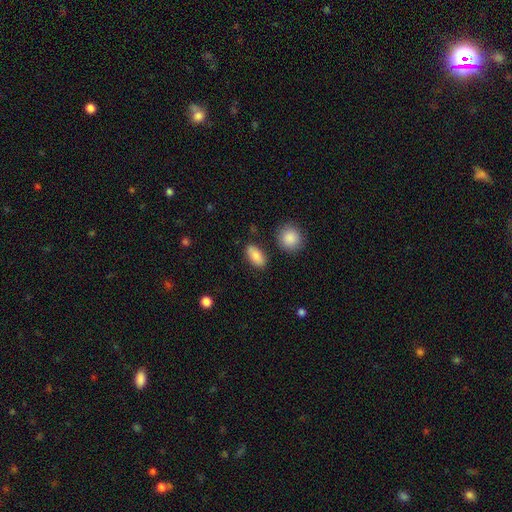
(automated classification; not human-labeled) Q: Smooth or featured?
A: smooth (85%); runner-up: featured or disk (8%)
Q: How rounded?
A: in between (88%); runner-up: round (6%)
Q: Merging?
A: none (84%); runner-up: minor disturbance (10%)